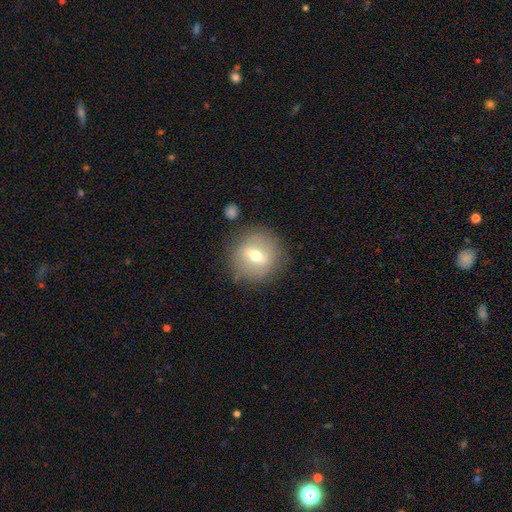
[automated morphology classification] type=smooth (49%); merging=none (84%).